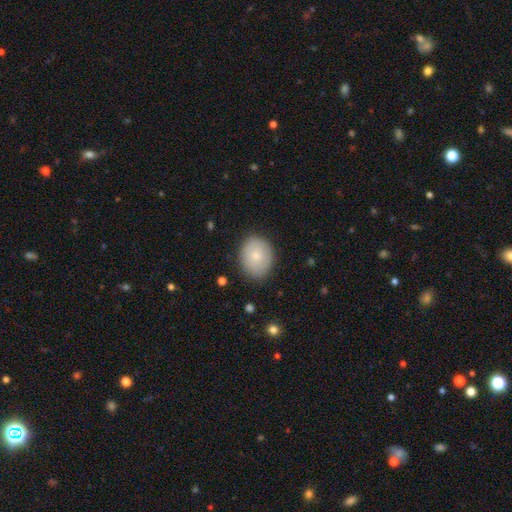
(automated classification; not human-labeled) A smooth galaxy with no disk features (78%) that is round (54%). Merging: none (82%).